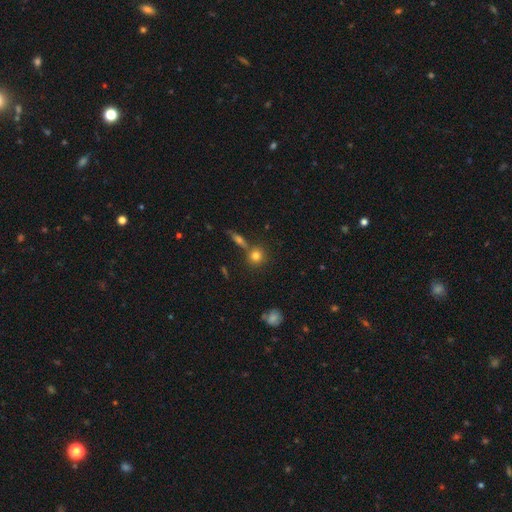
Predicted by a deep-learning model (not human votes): Smooth or featured? Predicted: smooth (p=0.78). How rounded? Predicted: round (p=0.87). Merging? Predicted: none (p=0.69).